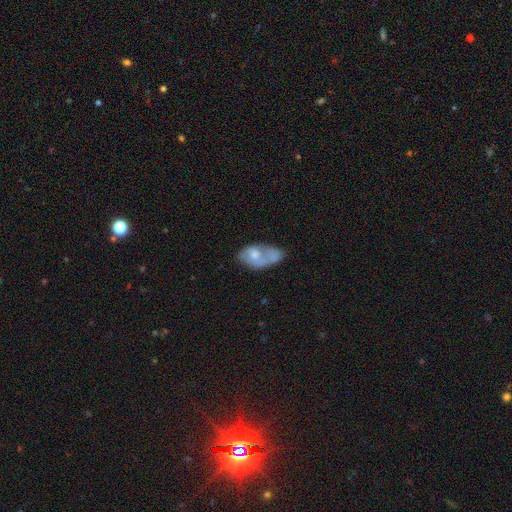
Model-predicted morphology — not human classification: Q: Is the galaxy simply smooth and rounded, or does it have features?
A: smooth — 55%.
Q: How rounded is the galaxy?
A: in between — 91%.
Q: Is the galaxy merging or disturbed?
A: merger — 27%.